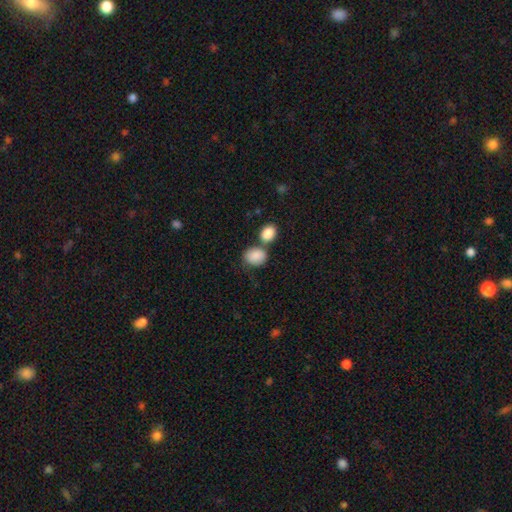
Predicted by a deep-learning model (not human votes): Smooth or featured? Predicted: smooth (p=0.88). How rounded? Predicted: in between (p=0.59). Merging? Predicted: none (p=0.47).